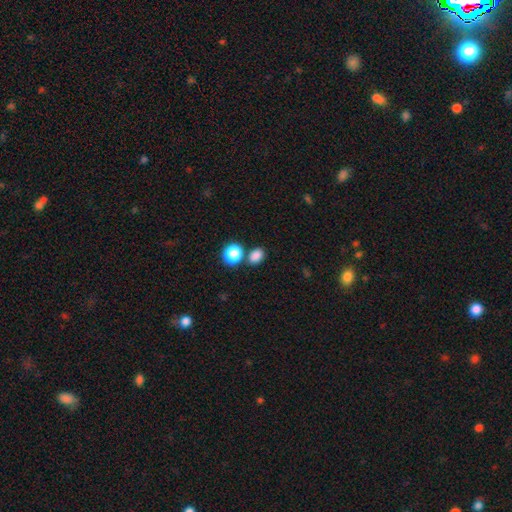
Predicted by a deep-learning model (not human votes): Smooth or featured? Predicted: smooth (p=0.84). How rounded? Predicted: in between (p=0.59). Merging? Predicted: none (p=0.71).